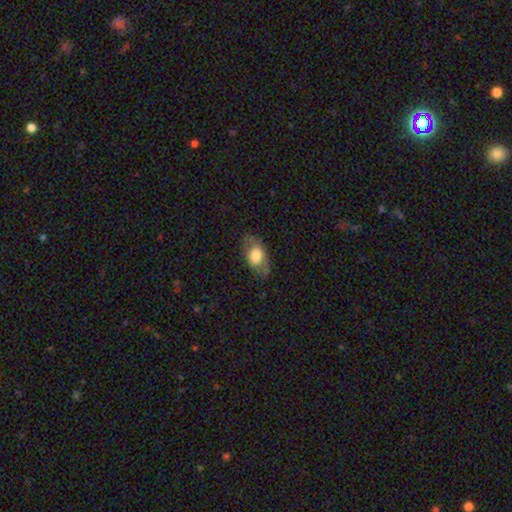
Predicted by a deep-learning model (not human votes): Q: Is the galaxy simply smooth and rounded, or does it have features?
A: smooth — 64%.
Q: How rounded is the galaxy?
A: in between — 89%.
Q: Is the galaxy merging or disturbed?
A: none — 77%.